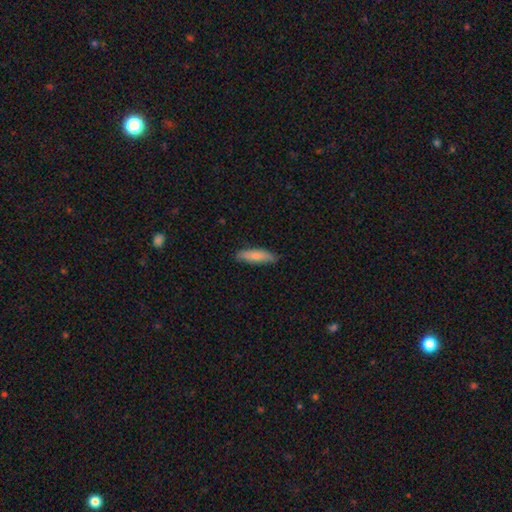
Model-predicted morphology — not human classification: Smooth or featured?
  - smooth: 78% *
  - featured or disk: 17%
  - star or artifact: 6%
How rounded?
  - cigar-shaped: 63% *
  - in between: 35%
  - round: 2%
Merging?
  - none: 84% *
  - minor disturbance: 13%
  - major disturbance: 2%
  - merger: 1%